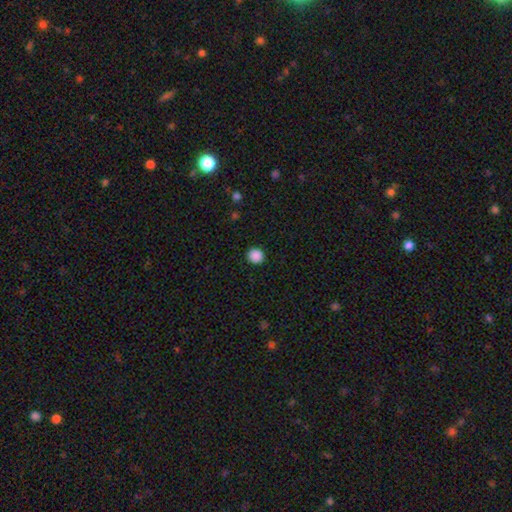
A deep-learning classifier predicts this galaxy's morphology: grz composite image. It shows a smooth galaxy with no disk features (88%) that is round (93%). Merging: none (92%).